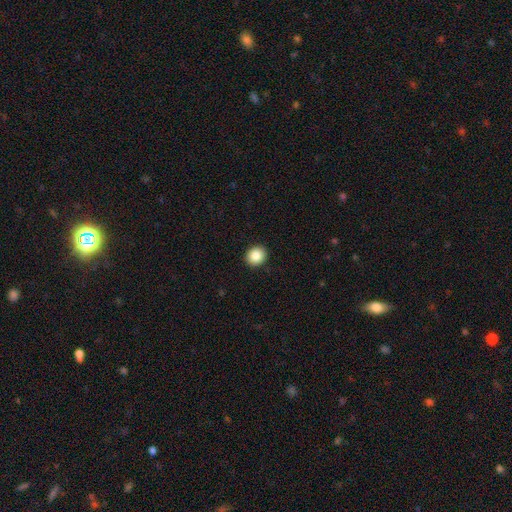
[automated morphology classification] Smooth or featured? Predicted: smooth (p=0.87). How rounded? Predicted: round (p=0.82). Merging? Predicted: none (p=0.92).